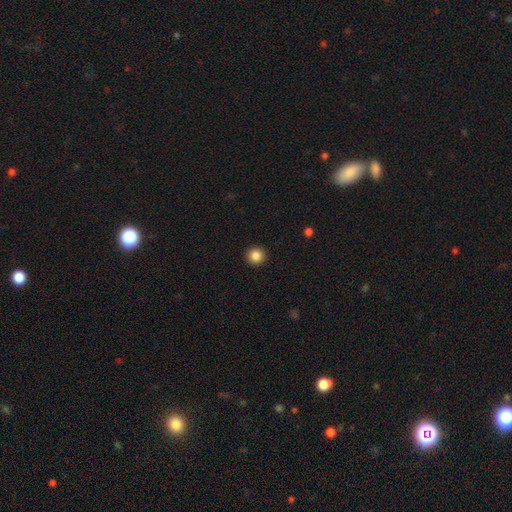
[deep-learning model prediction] smooth 86%, star or artifact 10%, featured or disk 4%. Down the decision tree: how rounded — round (95%); merging — none (93%).